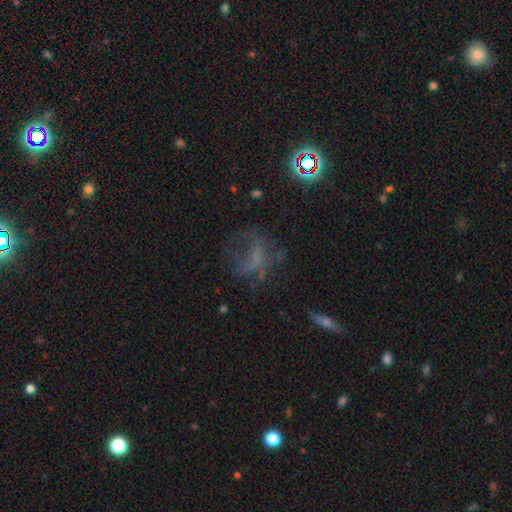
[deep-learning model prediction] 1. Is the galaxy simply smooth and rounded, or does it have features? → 38% featured or disk, 36% star or artifact, 26% smooth.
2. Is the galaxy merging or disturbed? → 49% none, 29% major disturbance, 19% minor disturbance, 3% merger.